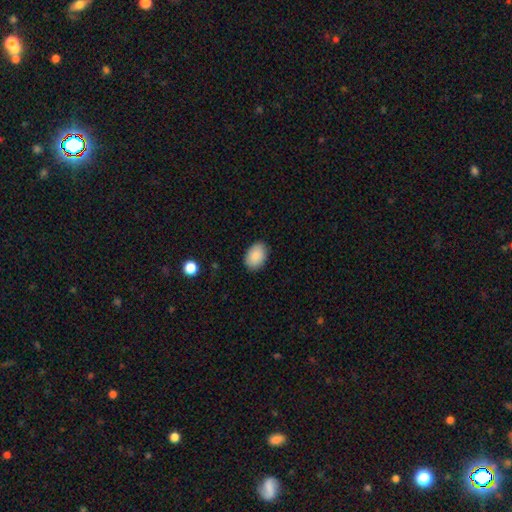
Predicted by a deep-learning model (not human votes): Q: Smooth or featured?
A: smooth (89%); runner-up: star or artifact (7%)
Q: How rounded?
A: in between (85%); runner-up: round (14%)
Q: Merging?
A: none (87%); runner-up: minor disturbance (10%)